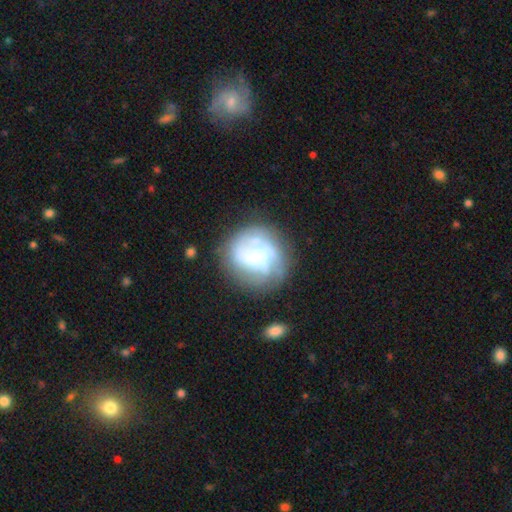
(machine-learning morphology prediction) smooth_or_featured: featured or disk (p=0.61) [alt: smooth p=0.30]
disk_edge_on: no (p=0.97) [alt: yes p=0.03]
bar: no (p=0.46) [alt: weak p=0.37]
has_spiral_arms: yes (p=0.59) [alt: no p=0.41]
bulge_size: small (p=0.46) [alt: moderate p=0.35]
merging: none (p=0.57) [alt: minor disturbance p=0.18]